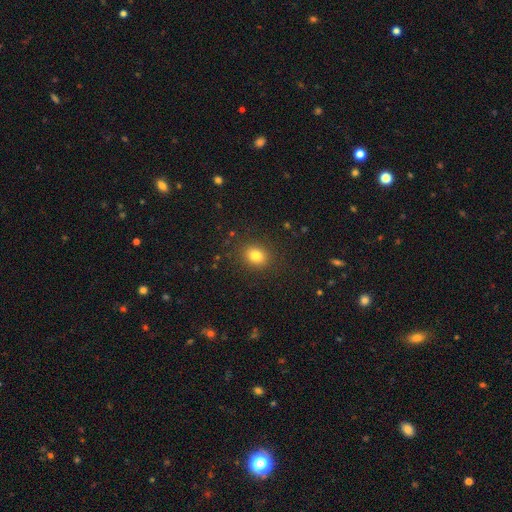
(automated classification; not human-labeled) Overall: smooth (81%). How rounded: round (55%; in between 44%). Merging: none (88%).